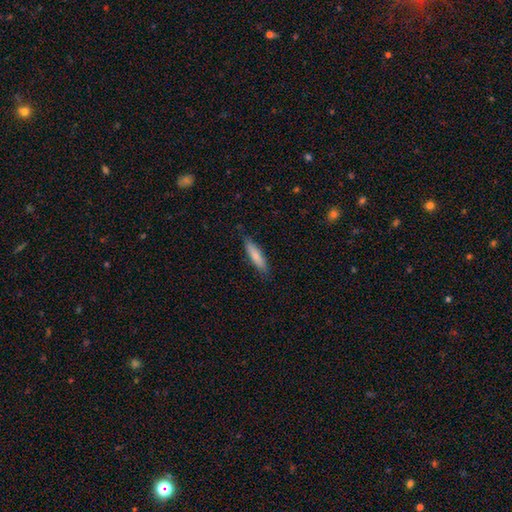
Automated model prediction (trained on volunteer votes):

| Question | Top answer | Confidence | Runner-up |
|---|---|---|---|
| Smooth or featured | smooth | 78% | featured or disk (16%) |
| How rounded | cigar-shaped | 73% | in between (25%) |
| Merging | none | 84% | minor disturbance (13%) |